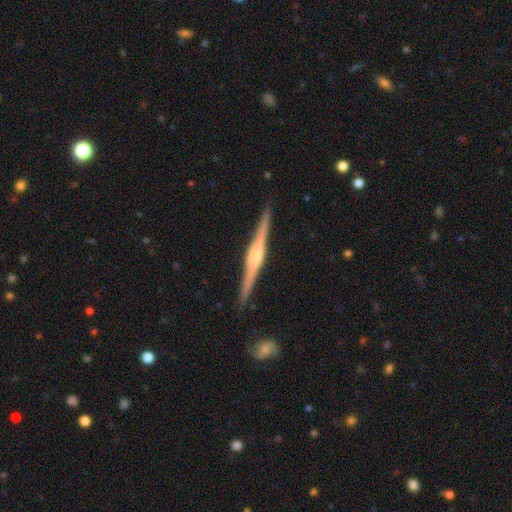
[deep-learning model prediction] Smooth or featured? featured or disk (86%)
Edge-on disk? yes (98%)
Edge-on bulge? rounded (65%)
Merging? none (91%)